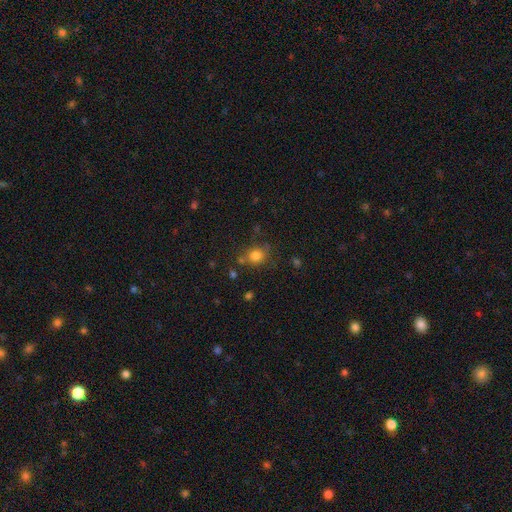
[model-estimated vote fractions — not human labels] This is likely a smooth galaxy (79%). How rounded: likely round (77%). Merging: likely none (68%).